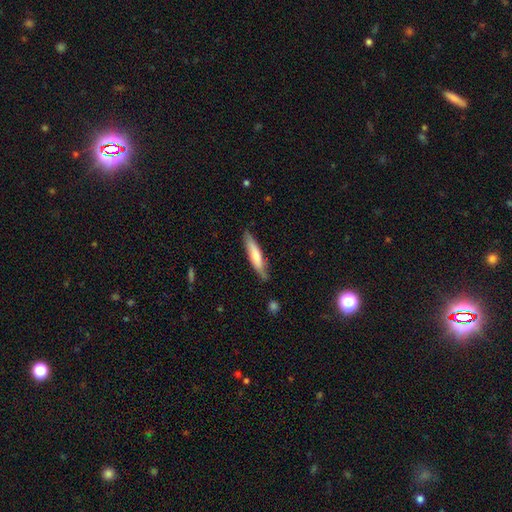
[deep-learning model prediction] Smooth or featured?
  - smooth: 64% *
  - featured or disk: 31%
  - star or artifact: 5%
How rounded?
  - cigar-shaped: 83% *
  - in between: 16%
  - round: 1%
Merging?
  - none: 80% *
  - minor disturbance: 15%
  - major disturbance: 2%
  - merger: 2%